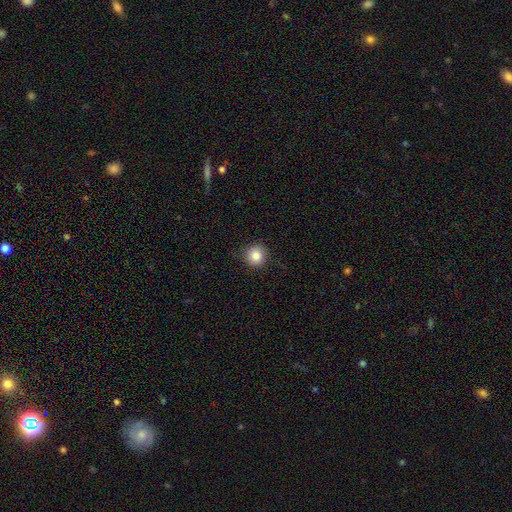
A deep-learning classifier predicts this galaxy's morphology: smooth_or_featured: smooth (p=0.85) [alt: star or artifact p=0.10]
how_rounded: round (p=0.93) [alt: in between p=0.06]
merging: none (p=0.89) [alt: minor disturbance p=0.08]